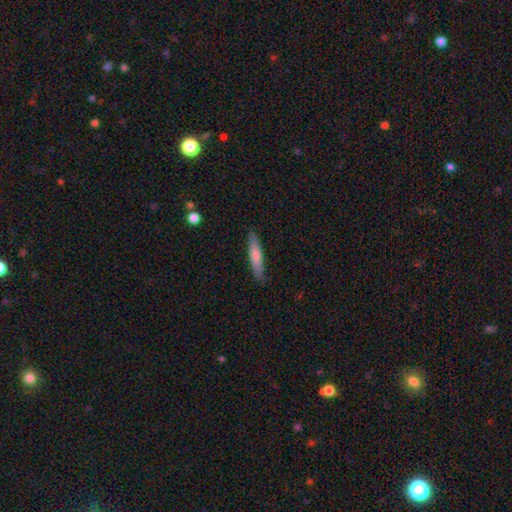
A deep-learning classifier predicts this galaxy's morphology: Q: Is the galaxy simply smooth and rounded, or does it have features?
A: smooth — 70%.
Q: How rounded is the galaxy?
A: cigar-shaped — 82%.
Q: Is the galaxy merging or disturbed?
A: none — 84%.